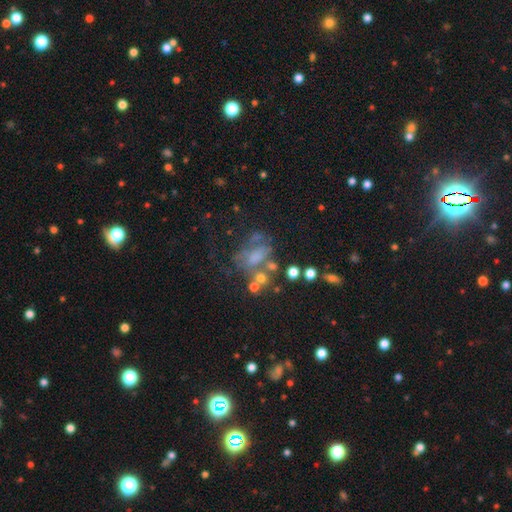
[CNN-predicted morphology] A featured or disk galaxy (47%). Merging: none (33%).